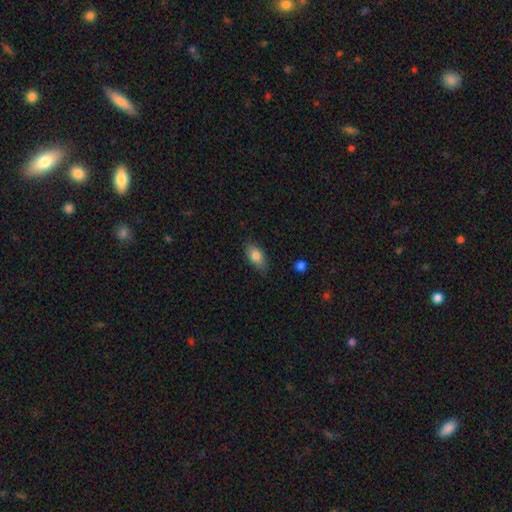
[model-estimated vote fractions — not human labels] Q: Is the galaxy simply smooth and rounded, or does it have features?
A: smooth — 80%.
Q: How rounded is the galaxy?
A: in between — 87%.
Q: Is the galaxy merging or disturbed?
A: none — 79%.